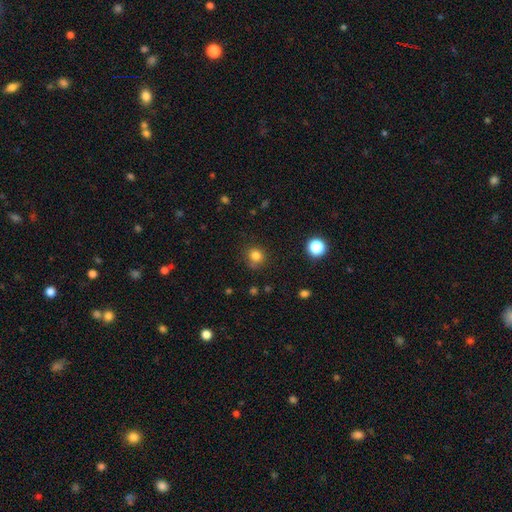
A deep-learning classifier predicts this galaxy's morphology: smooth_or_featured: smooth (p=0.82) [alt: star or artifact p=0.13]
how_rounded: round (p=0.87) [alt: in between p=0.12]
merging: none (p=0.79) [alt: minor disturbance p=0.14]